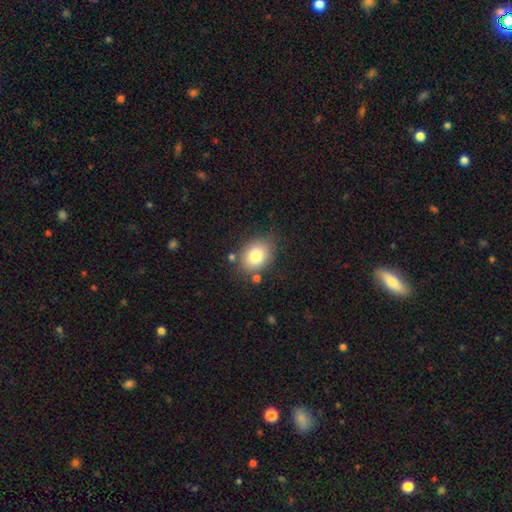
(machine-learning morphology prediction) This appears to be a smooth galaxy with no disk features (80%) that is in between round and cigar-shaped (59%). Merging: none (76%).